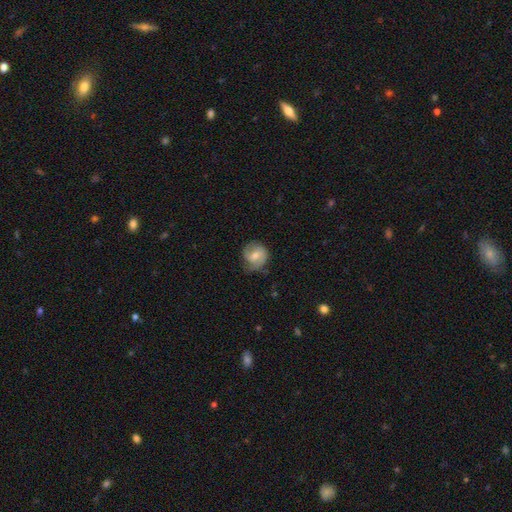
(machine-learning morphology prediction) smooth_or_featured: featured or disk (p=0.53) [alt: smooth p=0.40]
disk_edge_on: no (p=0.97) [alt: yes p=0.03]
bar: no (p=0.51) [alt: weak p=0.40]
has_spiral_arms: yes (p=0.86) [alt: no p=0.14]
bulge_size: moderate (p=0.53) [alt: small p=0.40]
merging: none (p=0.64) [alt: minor disturbance p=0.26]